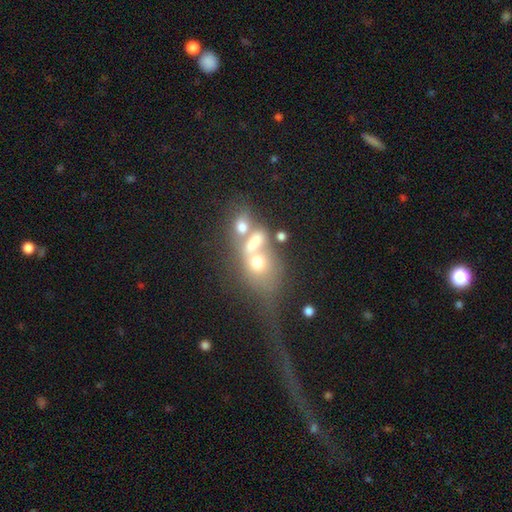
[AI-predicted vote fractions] This is marginally a smooth galaxy (44%). Merging: likely merger (65%).